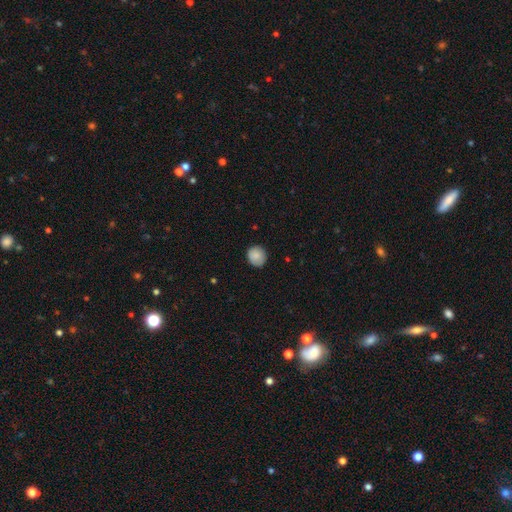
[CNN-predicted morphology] This is clearly a smooth galaxy (86%). How rounded: clearly round (86%). Merging: clearly none (85%).